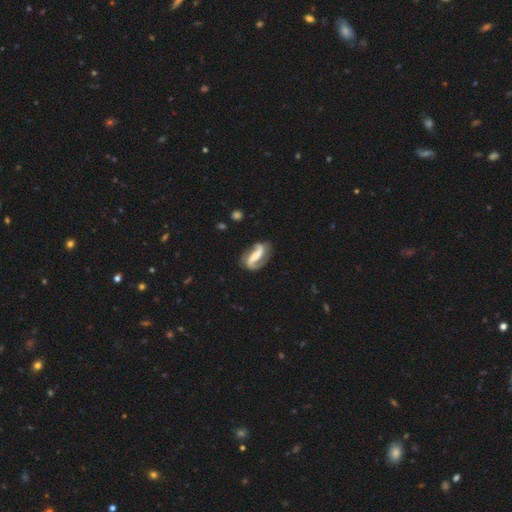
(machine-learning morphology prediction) smooth-or-featured: featured or disk: 86% | smooth: 9% | star or artifact: 5%
  disk-edge-on: no: 96% | yes: 4%
    bar: strong: 57% | weak: 28% | no: 15%
    has-spiral-arms: yes: 95% | no: 5%
      spiral-winding: loose: 50% | medium: 36% | tight: 14%
      spiral-arm-count: 2: 90% | 1: 5% | can't tell: 3% | 3: 1% | 4: 1% | more than 4: 1%
    bulge-size: moderate: 36% | small: 32% | none: 18% | large: 11% | dominant: 2%
  merging: none: 75% | minor disturbance: 16% | major disturbance: 7% | merger: 2%